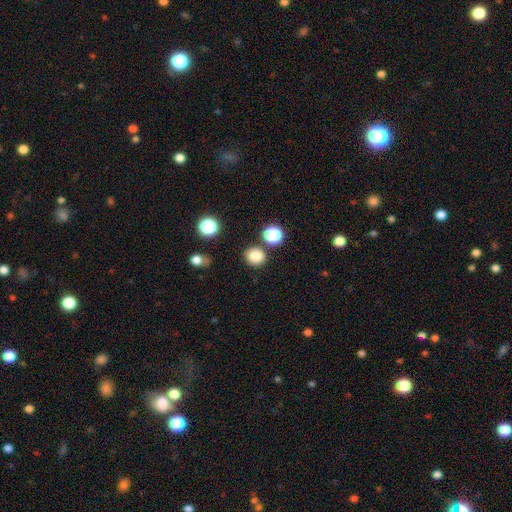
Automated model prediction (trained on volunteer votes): This is clearly a smooth galaxy (81%). How rounded: clearly round (88%). Merging: clearly none (83%).